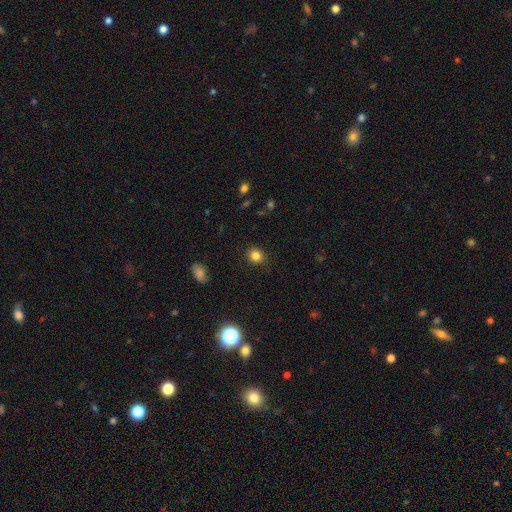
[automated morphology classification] Smooth or featured? smooth (83%)
How rounded? round (80%)
Merging? none (88%)